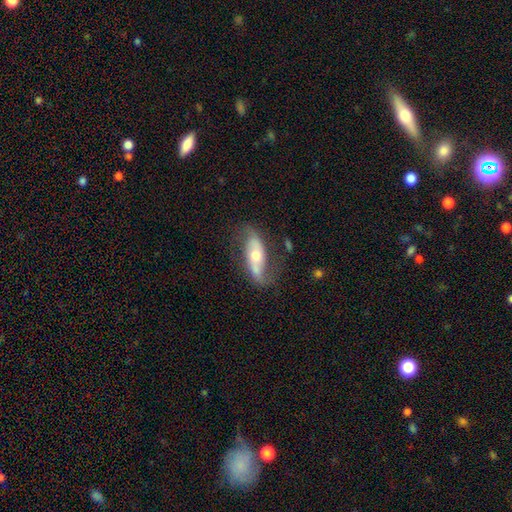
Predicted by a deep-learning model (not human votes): Smooth or featured? Predicted: featured or disk (p=0.69). Edge-on disk? Predicted: no (p=0.83). Bar? Predicted: no (p=0.55). Spiral arms? Predicted: yes (p=0.82). Bulge size? Predicted: moderate (p=0.67). Merging? Predicted: none (p=0.64).